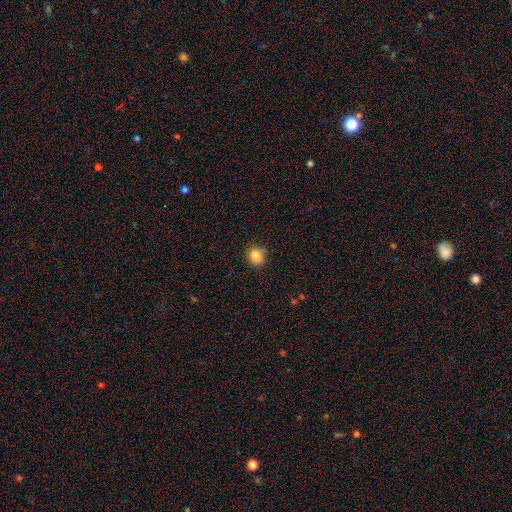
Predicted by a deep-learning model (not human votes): Smooth or featured? Predicted: smooth (p=0.85). How rounded? Predicted: round (p=0.81). Merging? Predicted: none (p=0.83).